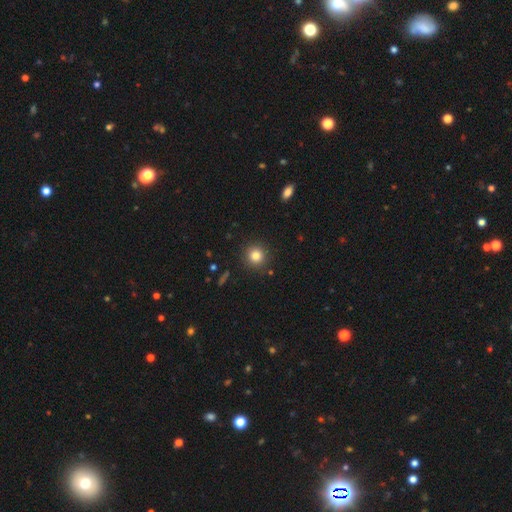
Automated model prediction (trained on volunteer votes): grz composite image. It shows a smooth galaxy with no disk features (82%) that is round (93%). Merging: none (90%).